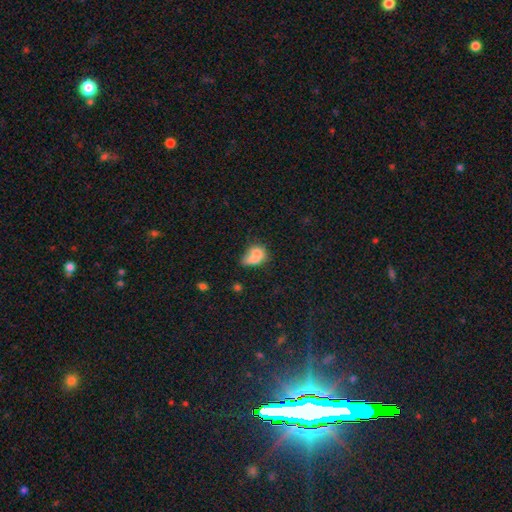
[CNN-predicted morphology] A smooth galaxy with no disk features (71%) that is in between round and cigar-shaped (75%). Merging: minor disturbance (27%).